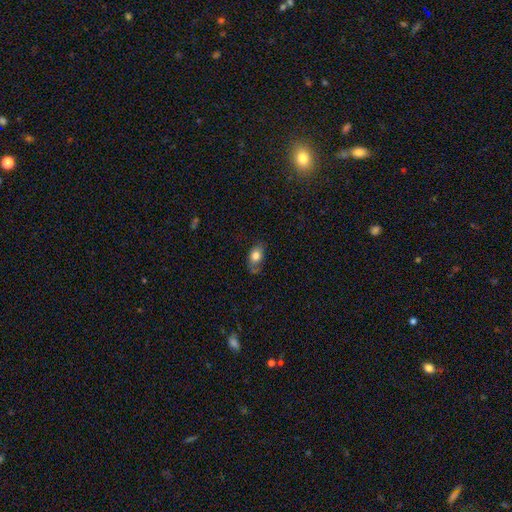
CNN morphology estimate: Smooth or featured? Predicted: smooth (p=0.79). How rounded? Predicted: in between (p=0.80). Merging? Predicted: none (p=0.58).